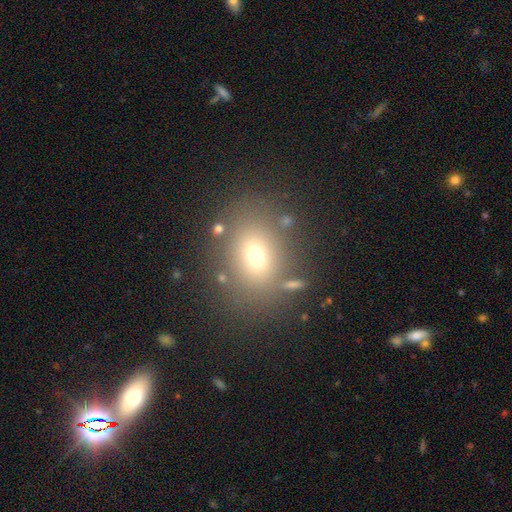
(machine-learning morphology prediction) Smooth or featured?
  - smooth: 67% *
  - star or artifact: 18%
  - featured or disk: 15%
How rounded?
  - in between: 55% *
  - round: 43%
  - cigar-shaped: 1%
Merging?
  - none: 78% *
  - minor disturbance: 11%
  - merger: 6%
  - major disturbance: 5%